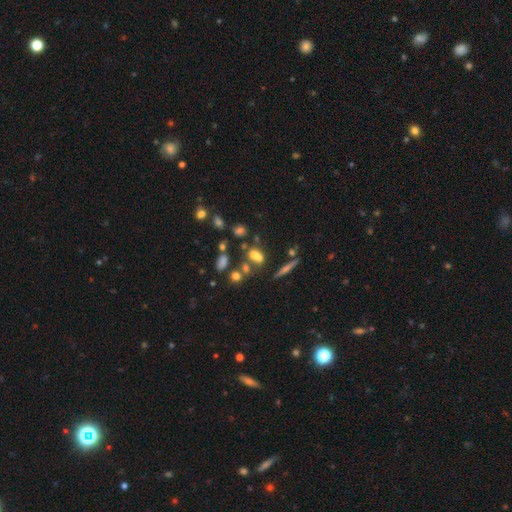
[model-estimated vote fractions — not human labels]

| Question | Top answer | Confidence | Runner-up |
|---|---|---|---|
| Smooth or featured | smooth | 63% | star or artifact (20%) |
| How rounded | in between | 68% | cigar-shaped (18%) |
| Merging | none | 58% | merger (17%) |